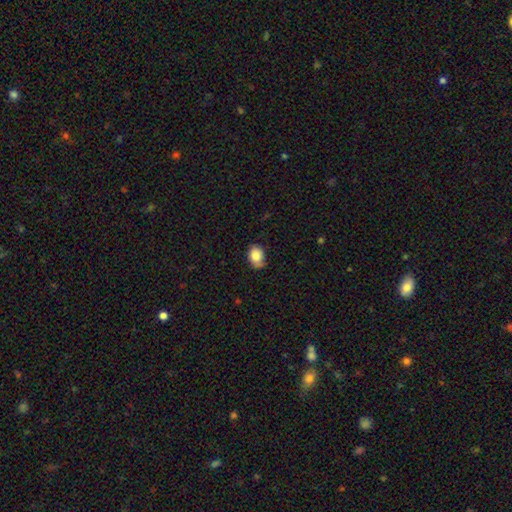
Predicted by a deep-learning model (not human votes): Smooth or featured?
  - smooth: 81% *
  - featured or disk: 10%
  - star or artifact: 8%
How rounded?
  - in between: 69% *
  - round: 30%
  - cigar-shaped: 1%
Merging?
  - none: 63% *
  - minor disturbance: 30%
  - major disturbance: 6%
  - merger: 2%